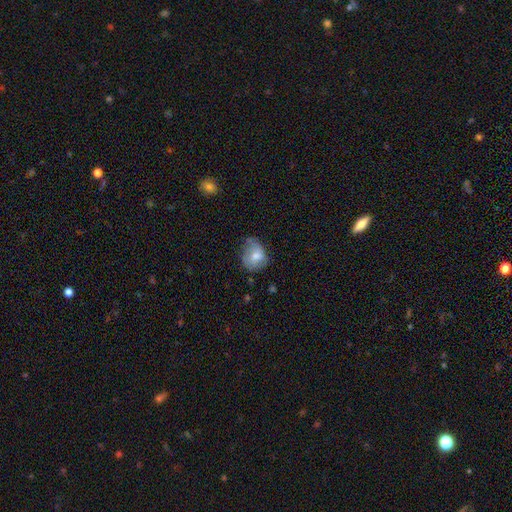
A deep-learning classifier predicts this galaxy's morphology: smooth_or_featured: smooth (p=0.63) [alt: featured or disk p=0.29]
how_rounded: in between (p=0.52) [alt: round p=0.47]
merging: none (p=0.46) [alt: minor disturbance p=0.38]